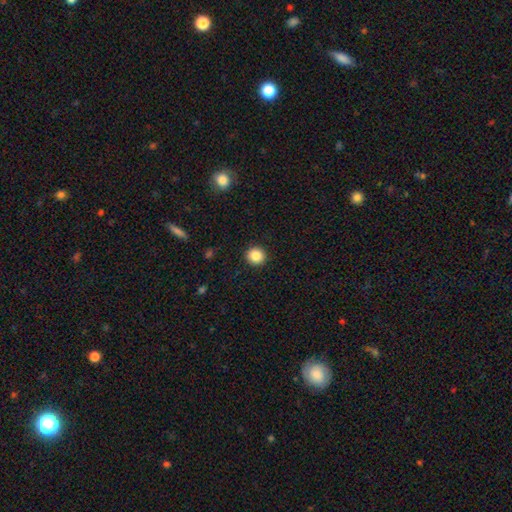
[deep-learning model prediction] This is clearly a smooth galaxy (86%). How rounded: clearly round (94%). Merging: clearly none (93%).